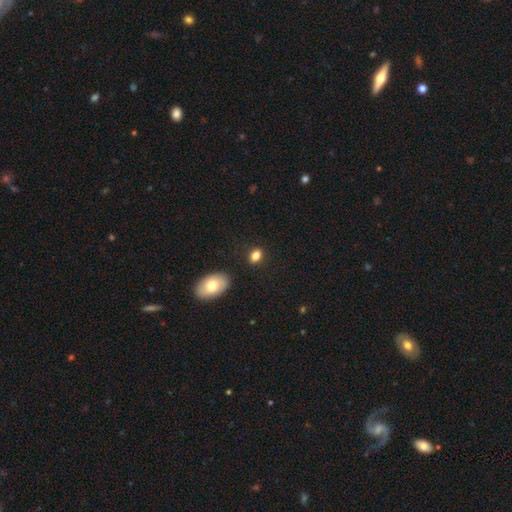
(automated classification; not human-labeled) Smooth or featured: smooth — 81% (star or artifact — 11%)
How rounded: in between — 75% (round — 23%)
Merging: none — 83% (minor disturbance — 10%)